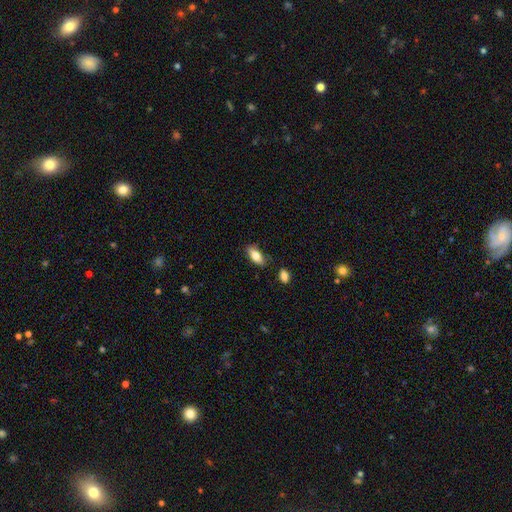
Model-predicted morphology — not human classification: smooth_or_featured: smooth (p=0.77) [alt: featured or disk p=0.16]
how_rounded: in between (p=0.84) [alt: cigar-shaped p=0.13]
merging: none (p=0.80) [alt: minor disturbance p=0.14]